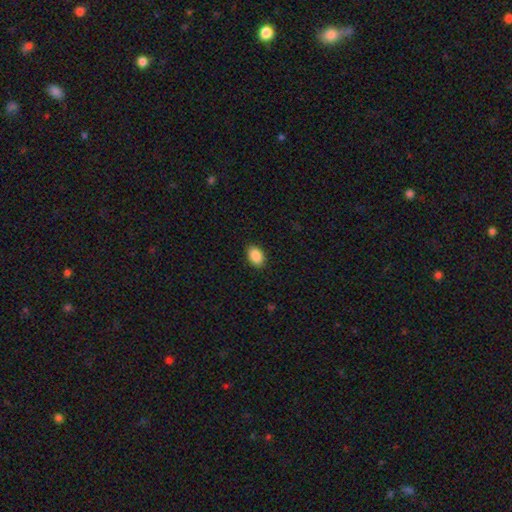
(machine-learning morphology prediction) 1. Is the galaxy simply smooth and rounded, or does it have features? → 89% smooth, 8% star or artifact, 3% featured or disk.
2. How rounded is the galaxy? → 87% in between, 12% round, 1% cigar-shaped.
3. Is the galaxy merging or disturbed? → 90% none, 7% minor disturbance, 2% major disturbance, 1% merger.